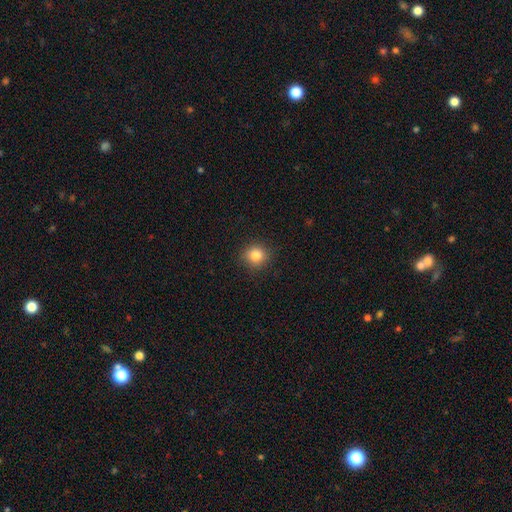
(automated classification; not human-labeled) smooth 82%, star or artifact 12%, featured or disk 6%. Down the decision tree: how rounded — round (88%); merging — none (90%).